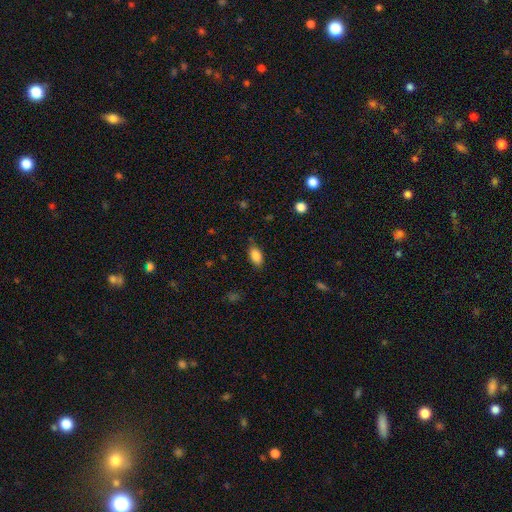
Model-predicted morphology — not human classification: Smooth or featured? Predicted: smooth (p=0.85). How rounded? Predicted: in between (p=0.91). Merging? Predicted: none (p=0.75).